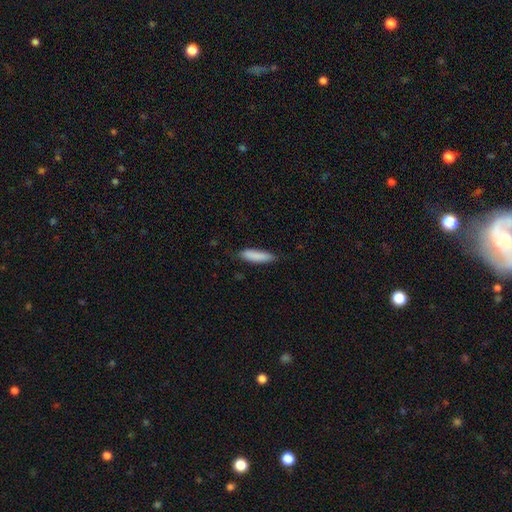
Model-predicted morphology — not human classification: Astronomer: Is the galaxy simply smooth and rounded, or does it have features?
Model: smooth — 87%.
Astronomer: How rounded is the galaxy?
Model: cigar-shaped — 71%.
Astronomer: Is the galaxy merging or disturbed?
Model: none — 80%.